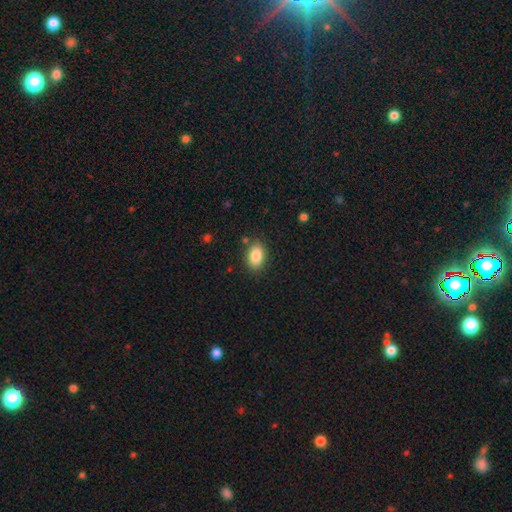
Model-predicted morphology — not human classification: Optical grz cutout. It shows a smooth galaxy with no disk features (86%) that is in between round and cigar-shaped (86%). Merging: none (85%).